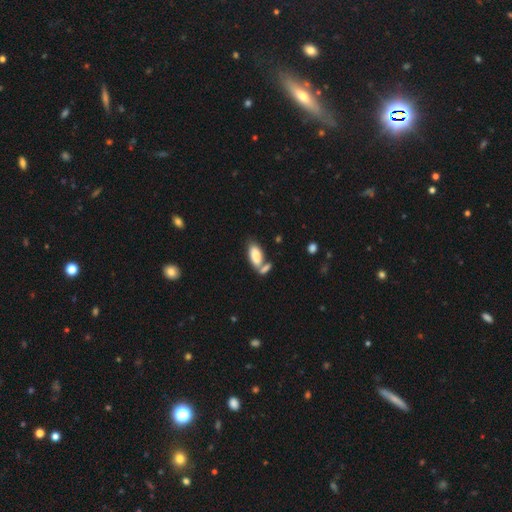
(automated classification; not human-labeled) Smooth or featured: smooth — 81% (featured or disk — 12%)
How rounded: in between — 89% (cigar-shaped — 8%)
Merging: none — 42% (merger — 40%)